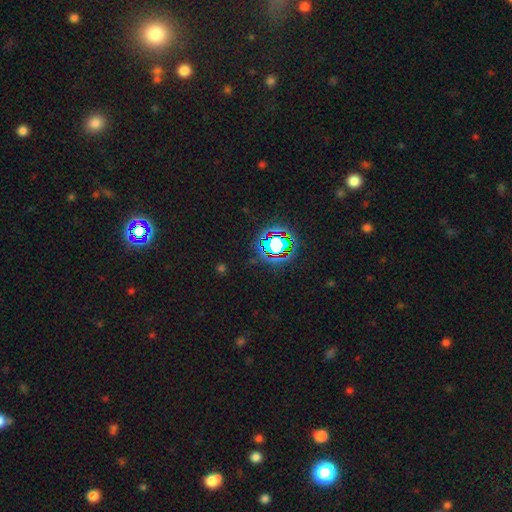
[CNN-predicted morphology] smooth_or_featured: star or artifact (p=0.80) [alt: smooth p=0.13]